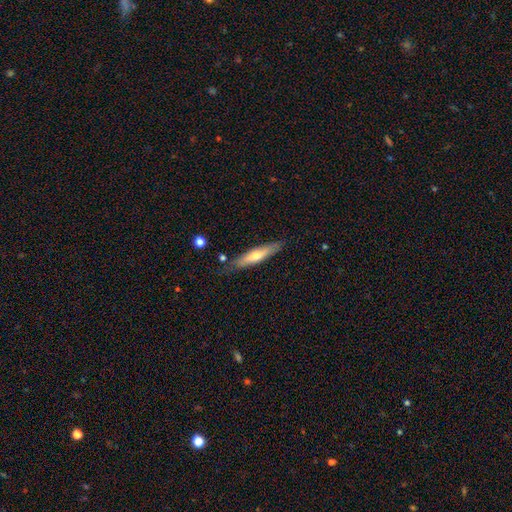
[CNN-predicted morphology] A smooth galaxy with no disk features (51%) that is cigar-shaped (83%). Merging: none (76%).